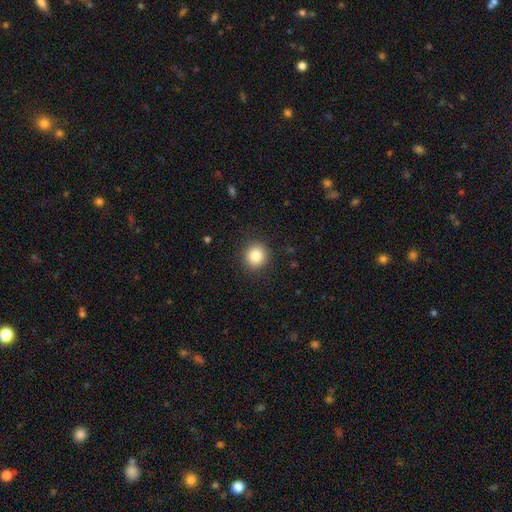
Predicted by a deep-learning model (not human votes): This appears to be a smooth galaxy with no disk features (84%) that is round (90%). Merging: none (90%).